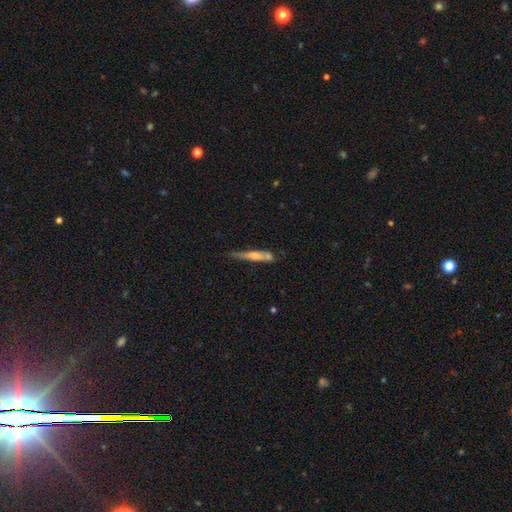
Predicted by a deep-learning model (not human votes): Smooth or featured? Predicted: smooth (p=0.54). How rounded? Predicted: cigar-shaped (p=0.87). Merging? Predicted: none (p=0.43).